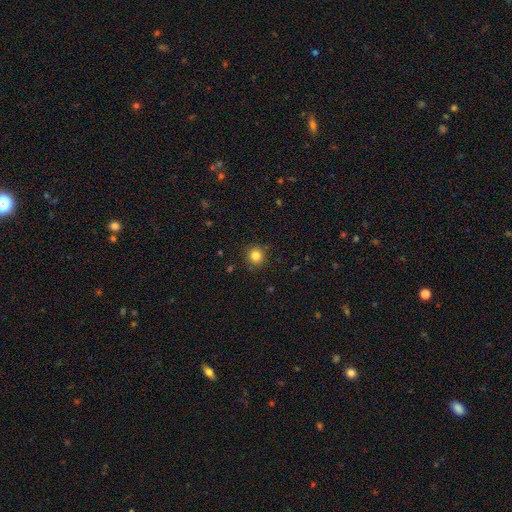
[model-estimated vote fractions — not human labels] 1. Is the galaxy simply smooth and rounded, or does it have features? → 83% smooth, 12% star or artifact, 6% featured or disk.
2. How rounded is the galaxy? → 93% round, 6% in between, 1% cigar-shaped.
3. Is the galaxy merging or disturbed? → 89% none, 8% minor disturbance, 2% major disturbance, 1% merger.